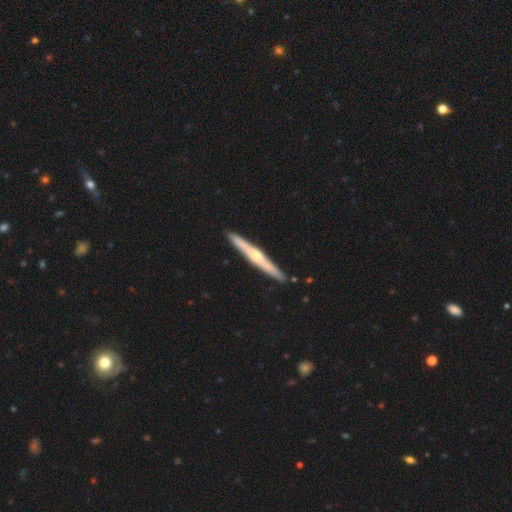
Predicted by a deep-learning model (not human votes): smooth-or-featured: featured or disk: 67% | smooth: 28% | star or artifact: 5%
  disk-edge-on: yes: 97% | no: 3%
    edge-on-bulge: rounded: 78% | none: 13% | boxy: 8%
  merging: none: 91% | minor disturbance: 6% | merger: 1% | major disturbance: 1%